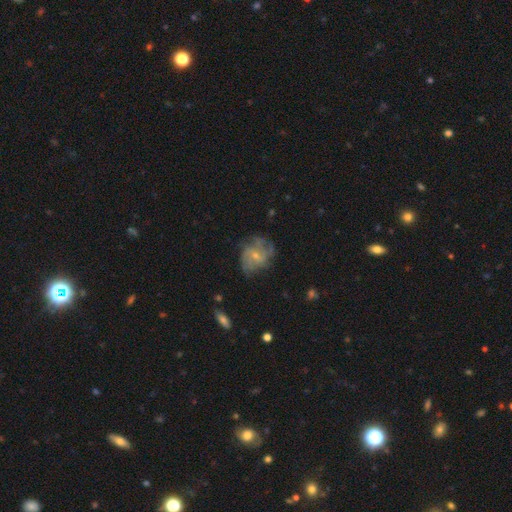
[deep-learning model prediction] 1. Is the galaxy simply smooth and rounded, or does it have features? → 63% featured or disk, 28% smooth, 9% star or artifact.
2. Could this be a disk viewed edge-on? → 97% no, 3% yes.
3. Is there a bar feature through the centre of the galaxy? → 63% no, 33% weak, 5% strong.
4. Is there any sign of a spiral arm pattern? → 77% yes, 23% no.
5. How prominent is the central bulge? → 66% small, 28% moderate, 4% none, 1% large, 1% dominant.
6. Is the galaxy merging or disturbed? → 59% none, 25% minor disturbance, 15% major disturbance, 2% merger.